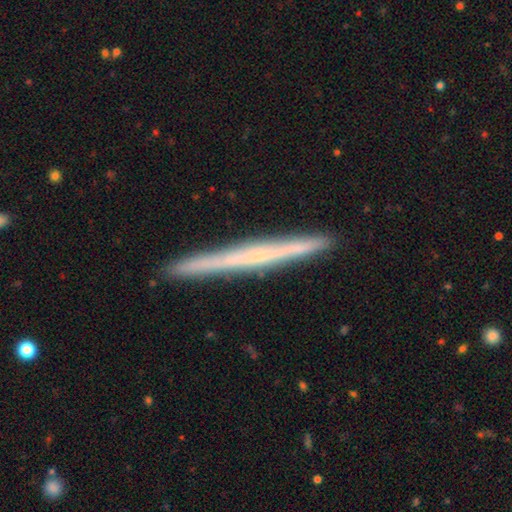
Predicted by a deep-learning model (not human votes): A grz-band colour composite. It shows a featured or disk galaxy (59%) viewed edge-on (97%) with no central bulge (84%). Merging: none (92%).